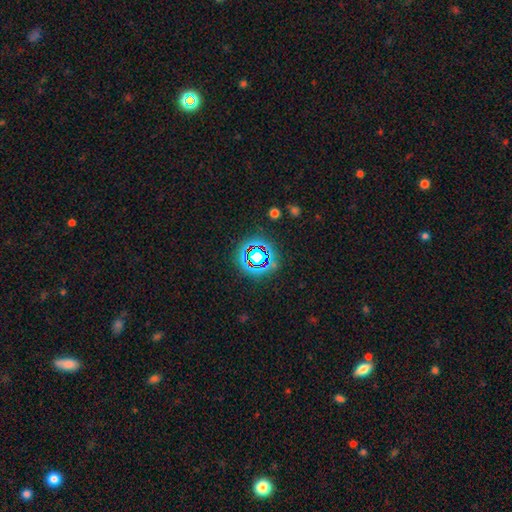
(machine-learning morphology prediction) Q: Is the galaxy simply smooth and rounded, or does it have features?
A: star or artifact — 69%.